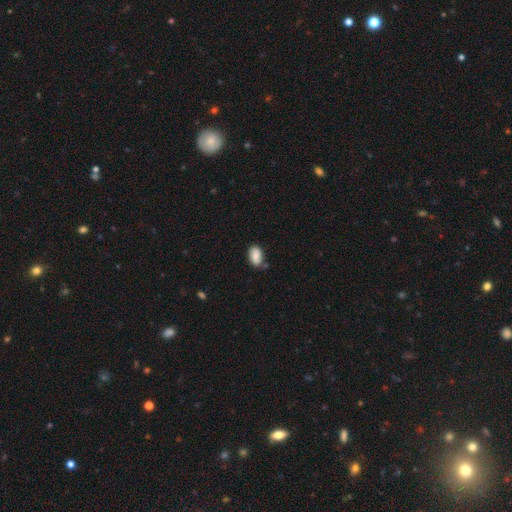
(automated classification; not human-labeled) Morphology: type=smooth (86%); roundness=in between (90%); merging=none (67%).